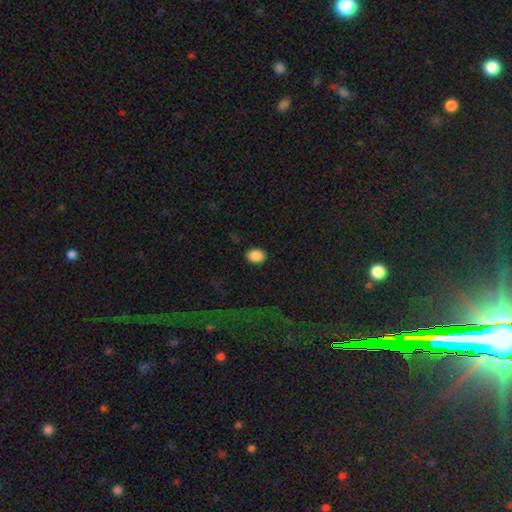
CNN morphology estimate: Q: Smooth or featured?
A: smooth (88%); runner-up: star or artifact (9%)
Q: How rounded?
A: in between (59%); runner-up: round (40%)
Q: Merging?
A: none (88%); runner-up: minor disturbance (8%)